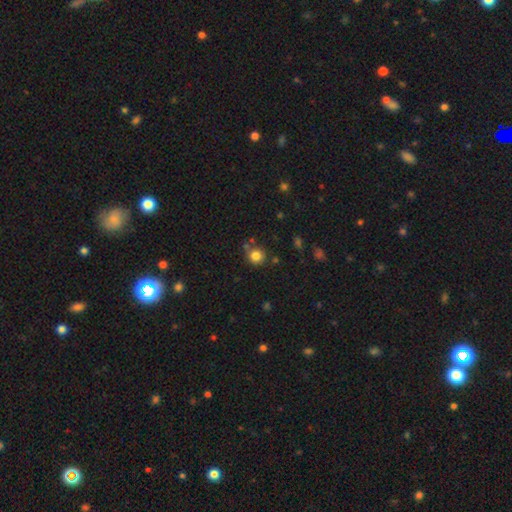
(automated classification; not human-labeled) Smooth or featured: smooth — 82% (star or artifact — 12%)
How rounded: round — 91% (in between — 8%)
Merging: none — 78% (minor disturbance — 10%)